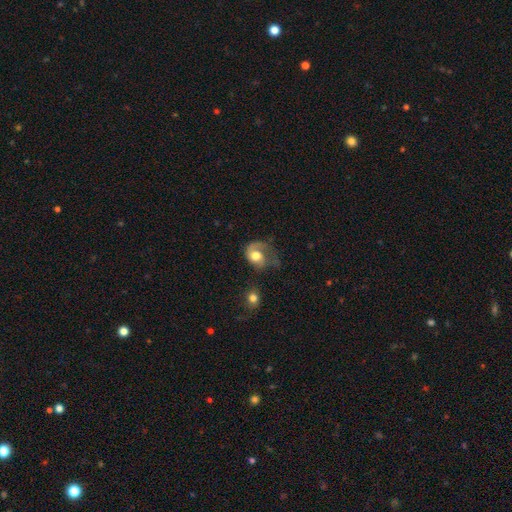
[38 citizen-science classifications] Q: Smooth or featured?
A: featured or disk (61%); runner-up: smooth (32%)
Q: Edge-on disk?
A: no (96%); runner-up: yes (4%)
Q: Bar?
A: no (73%); runner-up: weak (27%)
Q: Spiral arms?
A: yes (100%)
Q: Spiral winding?
A: medium (50%); runner-up: tight (36%)
Q: Spiral arm count?
A: 1 (50%); runner-up: 2 (41%)
Q: Bulge size?
A: moderate (55%); runner-up: large (41%)
Q: Merging?
A: major disturbance (49%); runner-up: none (29%)